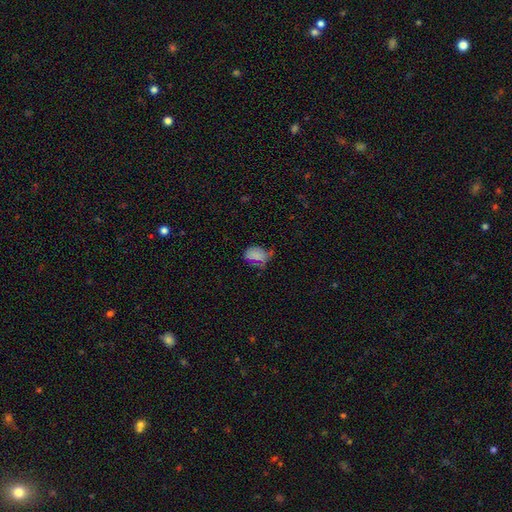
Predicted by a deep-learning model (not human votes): A smooth galaxy with no disk features (69%) that is in between round and cigar-shaped (74%).

Vote fractions:
- Smooth or featured? smooth: 69% / star or artifact: 19% / featured or disk: 12%
- How rounded? in between: 74% / round: 24% / cigar-shaped: 2%
- Merging? none: 46% / minor disturbance: 31% / major disturbance: 16% / merger: 8%